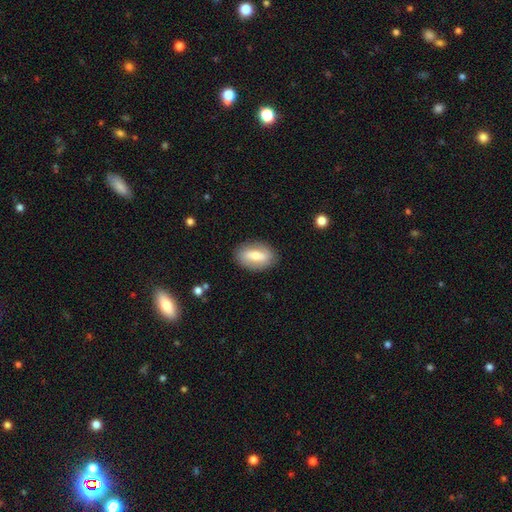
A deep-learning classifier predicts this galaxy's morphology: smooth 60%, featured or disk 34%, star or artifact 6%. Down the decision tree: how rounded — in between (89%); merging — none (85%).